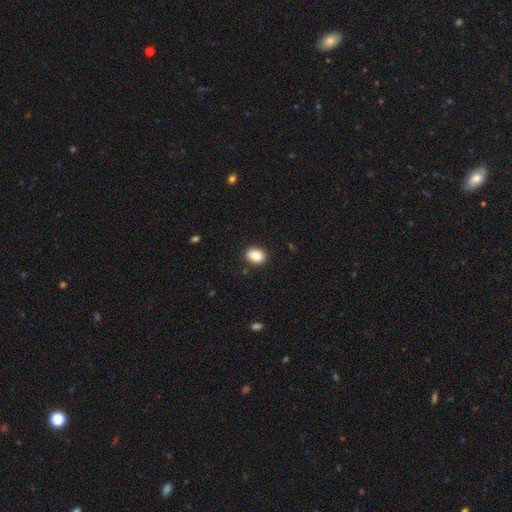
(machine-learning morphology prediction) Overall: smooth (88%). How rounded: in between (70%). Merging: none (88%).